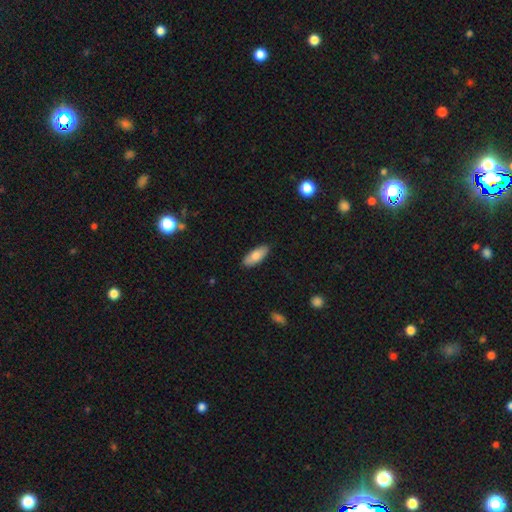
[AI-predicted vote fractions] A smooth galaxy with no disk features (80%) that is in between round and cigar-shaped (77%). Merging: none (87%).